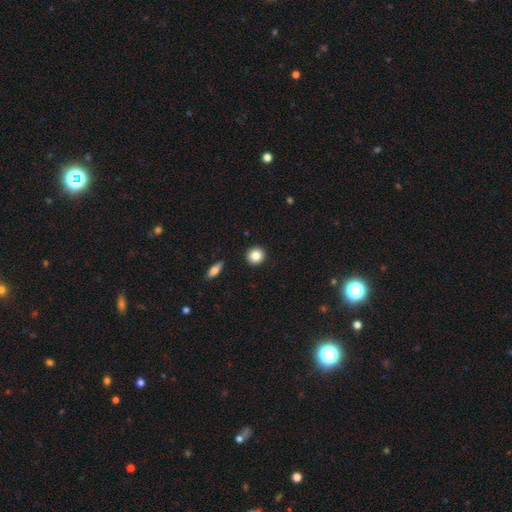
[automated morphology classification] Q: Smooth or featured?
A: smooth (85%); runner-up: star or artifact (9%)
Q: How rounded?
A: round (91%); runner-up: in between (8%)
Q: Merging?
A: none (92%); runner-up: minor disturbance (5%)